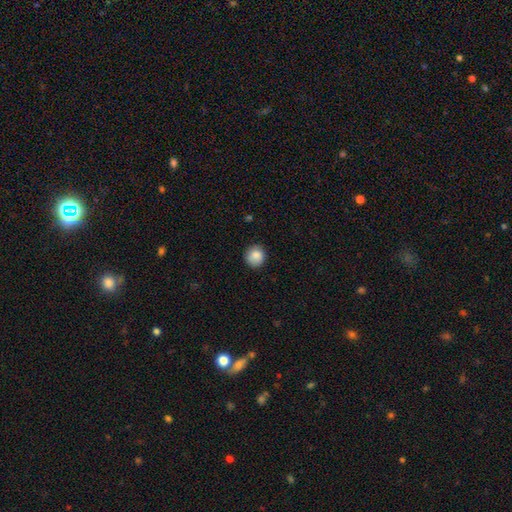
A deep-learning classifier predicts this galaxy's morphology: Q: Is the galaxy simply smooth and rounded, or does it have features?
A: smooth — 87%.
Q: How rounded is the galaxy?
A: round — 91%.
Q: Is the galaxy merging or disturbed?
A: none — 85%.